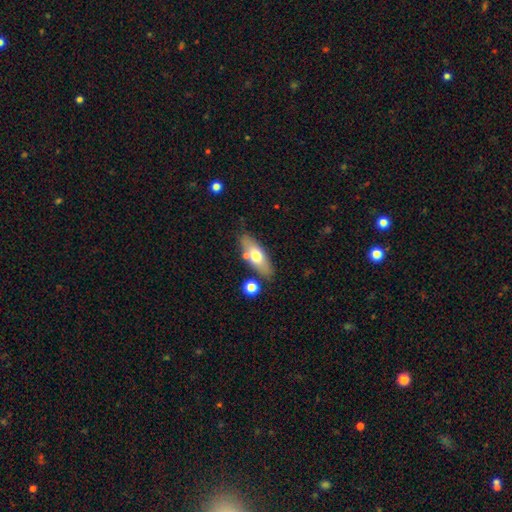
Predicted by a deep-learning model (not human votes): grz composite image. It shows a smooth galaxy with no disk features (62%) that is in between round and cigar-shaped (70%). Merging: none (76%).